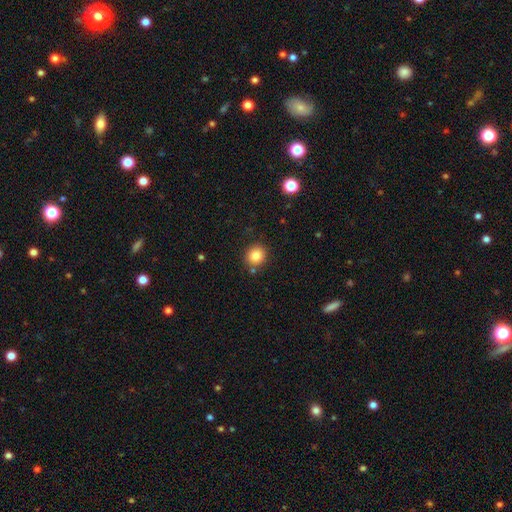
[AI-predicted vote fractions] This appears to be a smooth galaxy with no disk features (84%) that is round (88%). Merging: none (85%).